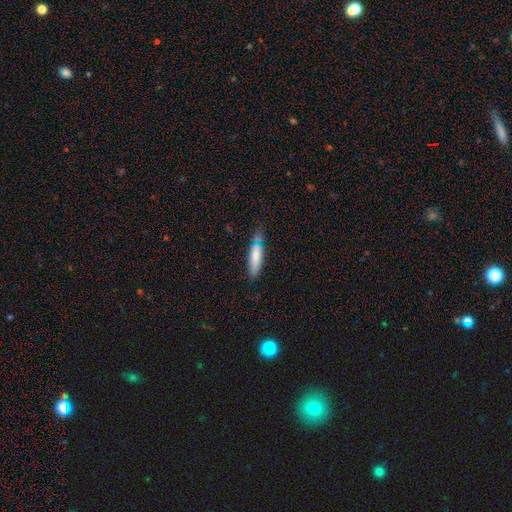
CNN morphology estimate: Smooth or featured? Predicted: smooth (p=0.78). How rounded? Predicted: cigar-shaped (p=0.59). Merging? Predicted: none (p=0.59).